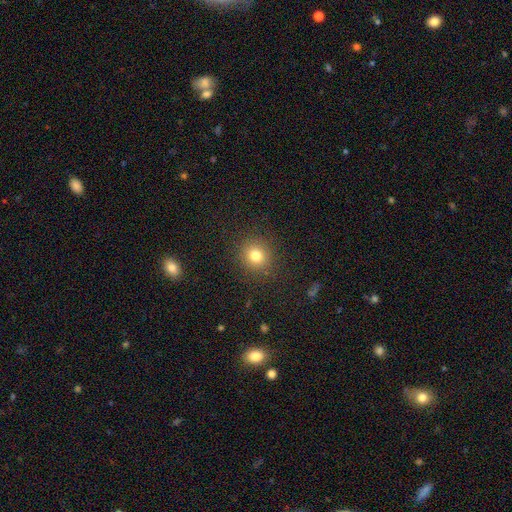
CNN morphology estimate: This is likely a smooth galaxy (79%). How rounded: clearly round (89%). Merging: clearly none (89%).